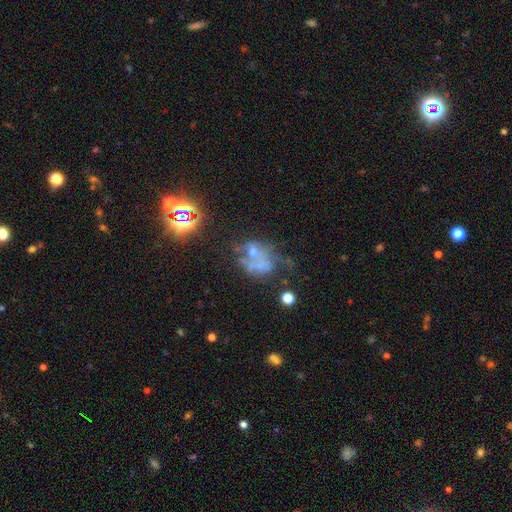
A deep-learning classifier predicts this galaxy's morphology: smooth-or-featured: featured or disk: 48% | smooth: 27% | star or artifact: 25%
  merging: none: 30% | major disturbance: 28% | merger: 24% | minor disturbance: 19%